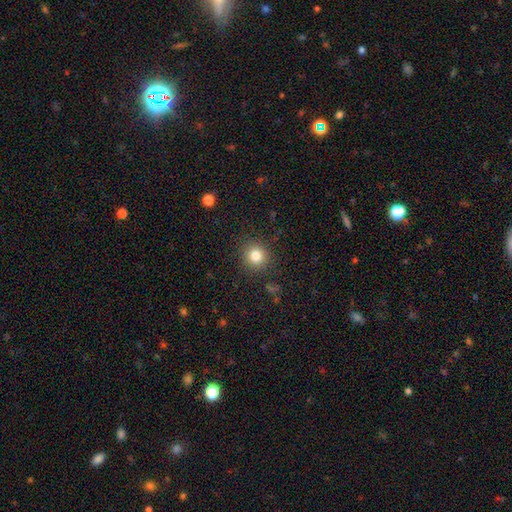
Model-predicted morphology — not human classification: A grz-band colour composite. It shows a smooth galaxy with no disk features (81%) that is round (90%). Merging: none (89%).